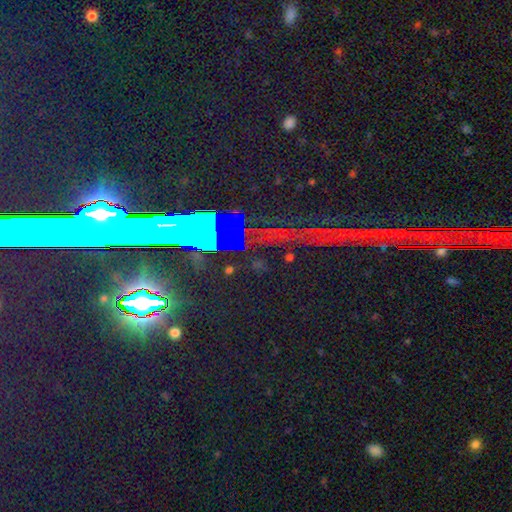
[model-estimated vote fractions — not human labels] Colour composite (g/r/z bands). It shows a star or artifact, not a galaxy (83%).